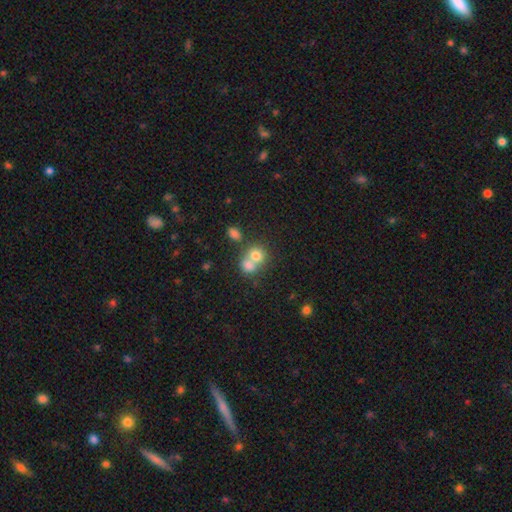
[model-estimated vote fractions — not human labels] smooth_or_featured: smooth (p=0.75) [alt: featured or disk p=0.14]
how_rounded: round (p=0.71) [alt: in between p=0.28]
merging: merger (p=0.61) [alt: none p=0.29]